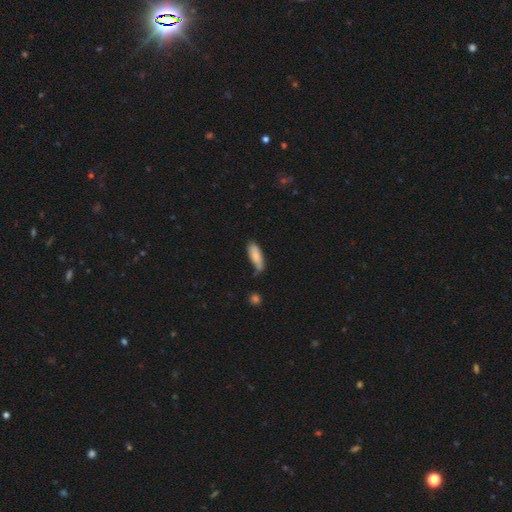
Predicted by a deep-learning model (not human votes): Q: Smooth or featured?
A: smooth (84%); runner-up: featured or disk (10%)
Q: How rounded?
A: in between (62%); runner-up: cigar-shaped (37%)
Q: Merging?
A: none (55%); runner-up: minor disturbance (32%)